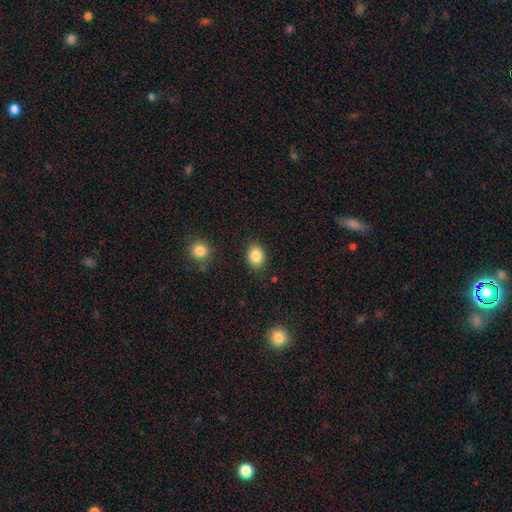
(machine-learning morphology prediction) Smooth or featured?
  - smooth: 86% *
  - star or artifact: 9%
  - featured or disk: 5%
How rounded?
  - round: 51% *
  - in between: 48%
  - cigar-shaped: 1%
Merging?
  - none: 85% *
  - minor disturbance: 10%
  - major disturbance: 3%
  - merger: 2%